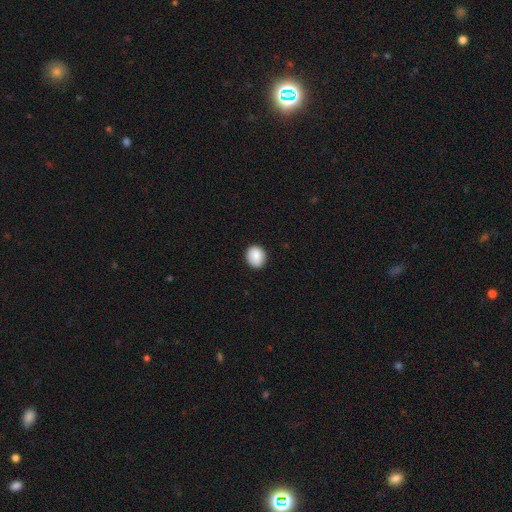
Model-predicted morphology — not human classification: Overall: smooth (88%). How rounded: round (75%). Merging: none (89%).